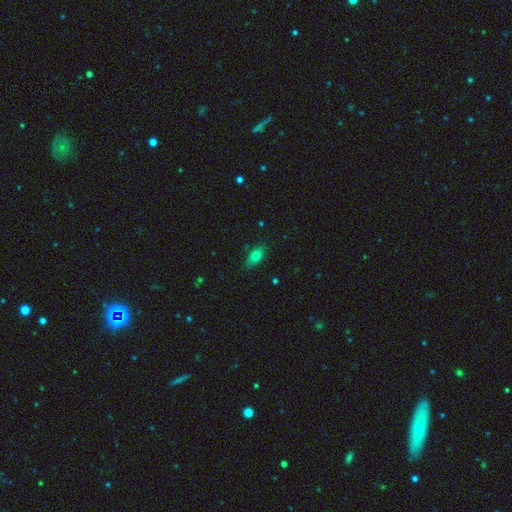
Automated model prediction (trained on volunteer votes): The model was most divided on "smooth or featured": smooth: 76%, featured or disk: 15%, star or artifact: 10%. More confident: how rounded — in between (82%); merging — none (82%).